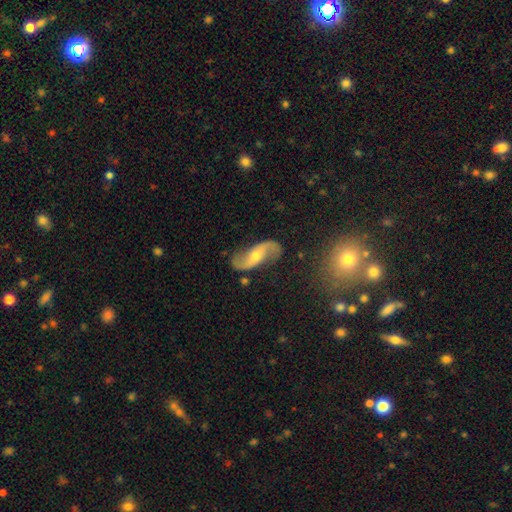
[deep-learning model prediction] Overall: featured or disk (83%). Edge-on disk: no (94%). Bar: no (50%; weak 32%). Spiral arms: yes (94%). Spiral arm count: 2 (93%). Spiral winding: loose (78%). Bulge size: moderate (51%; small 44%). Merging: none (77%).